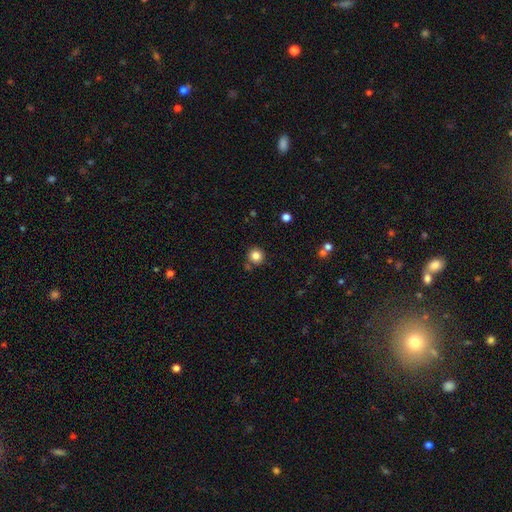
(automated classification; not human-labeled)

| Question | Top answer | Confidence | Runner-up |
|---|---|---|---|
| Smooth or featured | smooth | 83% | star or artifact (12%) |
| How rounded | round | 94% | in between (5%) |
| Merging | none | 82% | minor disturbance (9%) |